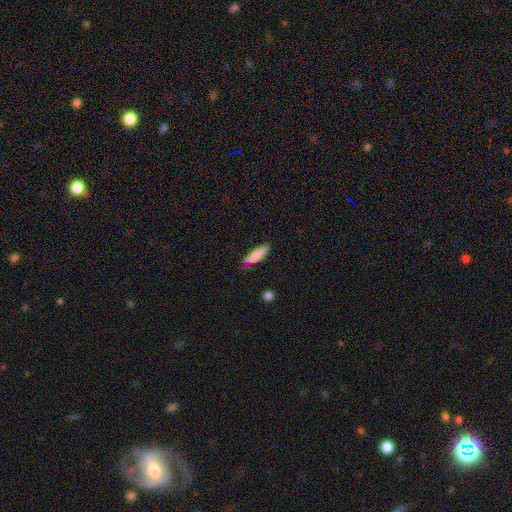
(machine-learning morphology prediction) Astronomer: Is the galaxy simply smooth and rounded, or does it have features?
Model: smooth — 85%.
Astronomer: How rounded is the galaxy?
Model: cigar-shaped — 65%.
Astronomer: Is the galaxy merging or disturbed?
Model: none — 80%.